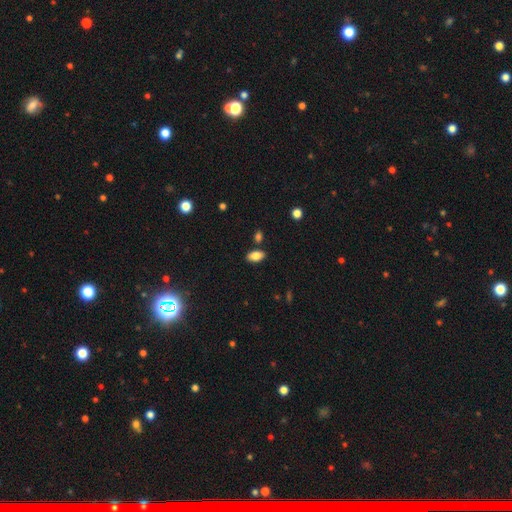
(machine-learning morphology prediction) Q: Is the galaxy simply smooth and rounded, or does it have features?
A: smooth — 84%.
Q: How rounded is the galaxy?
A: in between — 92%.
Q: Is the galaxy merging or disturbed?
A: none — 83%.